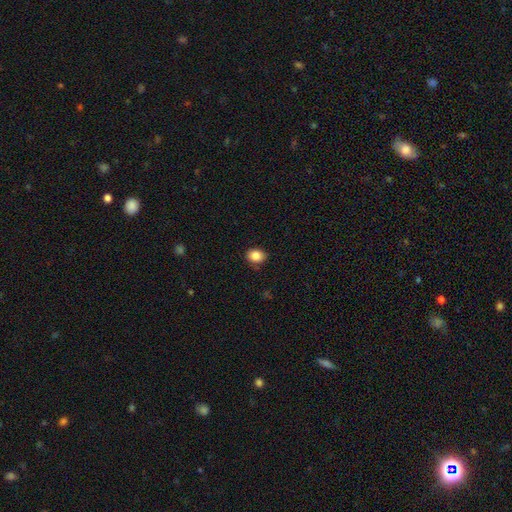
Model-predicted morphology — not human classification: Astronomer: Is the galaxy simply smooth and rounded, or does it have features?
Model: smooth — 86%.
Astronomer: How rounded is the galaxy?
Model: in between — 56% (runner-up: round, 44%).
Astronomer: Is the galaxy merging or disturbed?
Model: none — 86%.